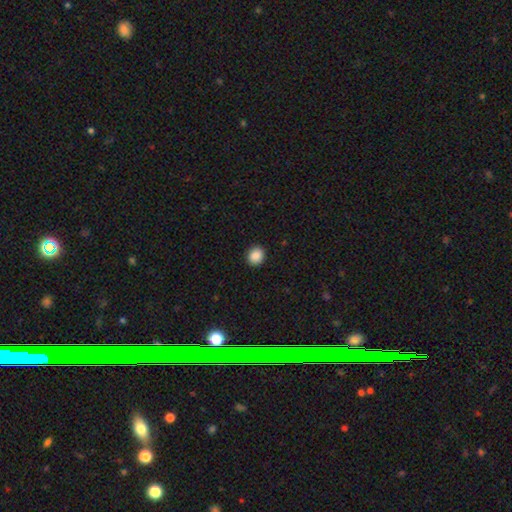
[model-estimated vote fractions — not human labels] Smooth or featured: smooth — 88% (star or artifact — 9%)
How rounded: round — 72% (in between — 27%)
Merging: none — 92% (minor disturbance — 6%)